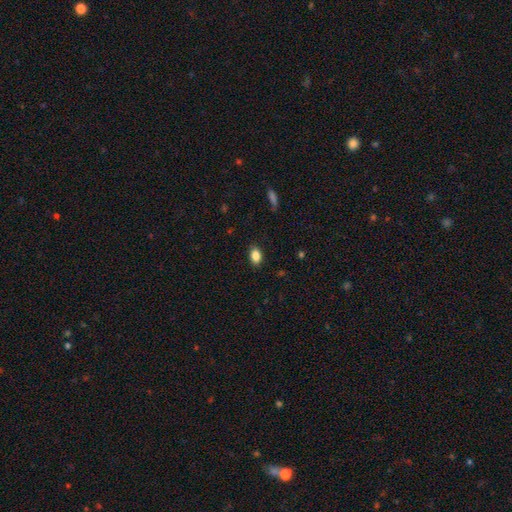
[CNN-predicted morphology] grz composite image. It shows a smooth galaxy with no disk features (86%) that is in between round and cigar-shaped (85%). Merging: none (86%).